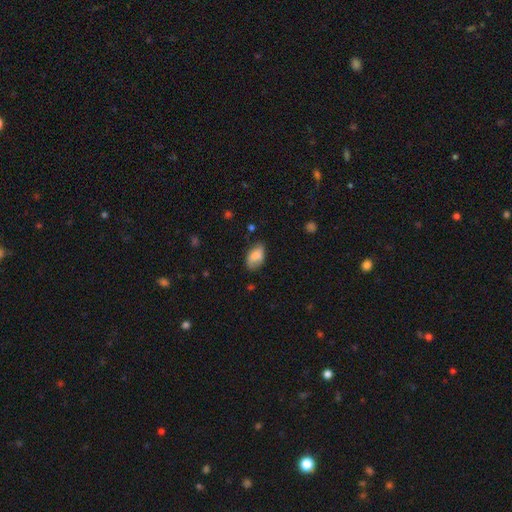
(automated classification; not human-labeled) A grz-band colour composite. It shows a smooth galaxy with no disk features (77%) that is in between round and cigar-shaped (90%). Merging: none (64%).